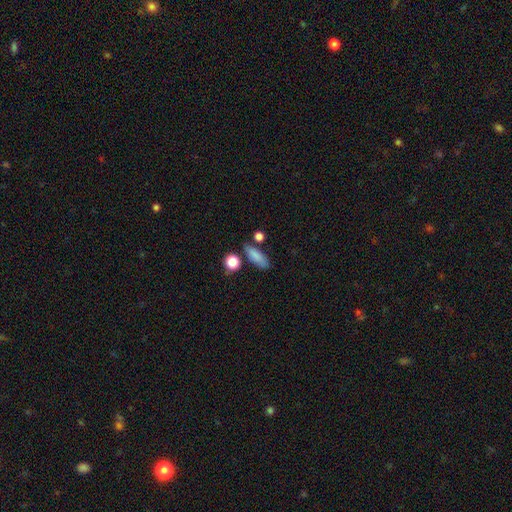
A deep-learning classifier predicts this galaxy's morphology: This is clearly a smooth galaxy (83%). How rounded: likely in between (65%). Merging: likely none (72%).